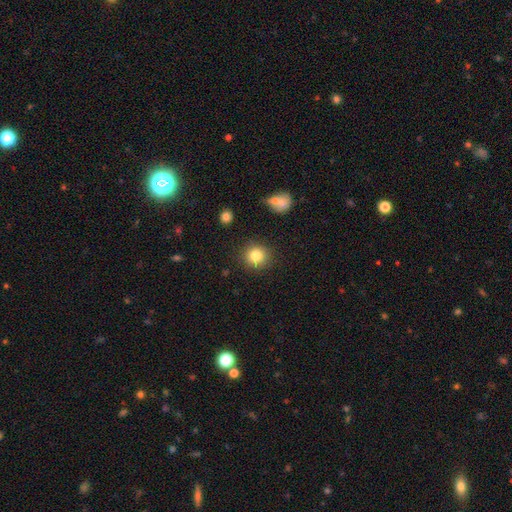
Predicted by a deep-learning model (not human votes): The model was most divided on "smooth or featured": smooth: 83%, star or artifact: 11%, featured or disk: 6%. More confident: how rounded — round (90%); merging — none (87%).